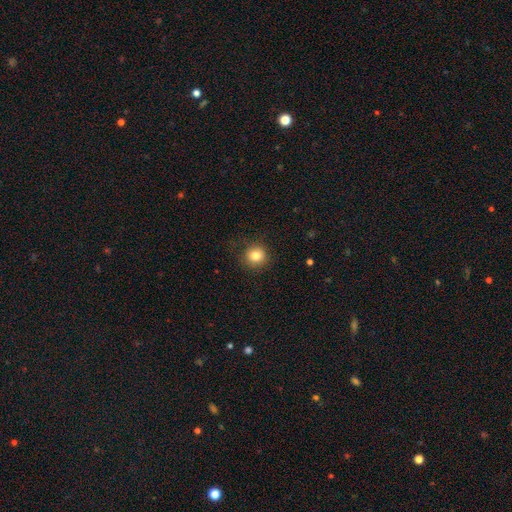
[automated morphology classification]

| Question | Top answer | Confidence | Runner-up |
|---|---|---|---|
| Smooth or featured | smooth | 82% | star or artifact (11%) |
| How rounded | round | 92% | in between (7%) |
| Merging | none | 85% | minor disturbance (10%) |